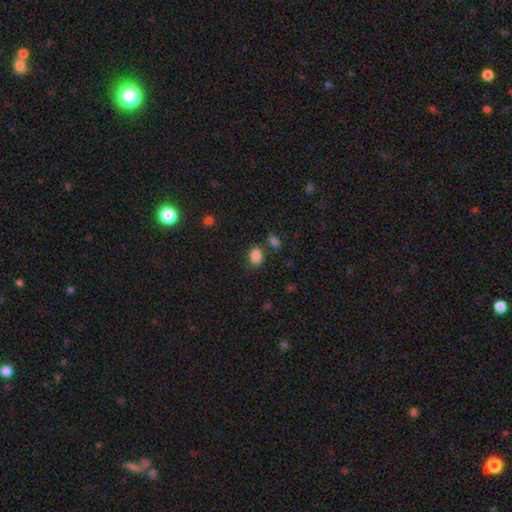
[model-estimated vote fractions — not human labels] The model was most divided on "merging": none: 69%, minor disturbance: 15%, merger: 12%, major disturbance: 5%. More confident: how rounded — in between (88%); smooth or featured — smooth (86%).